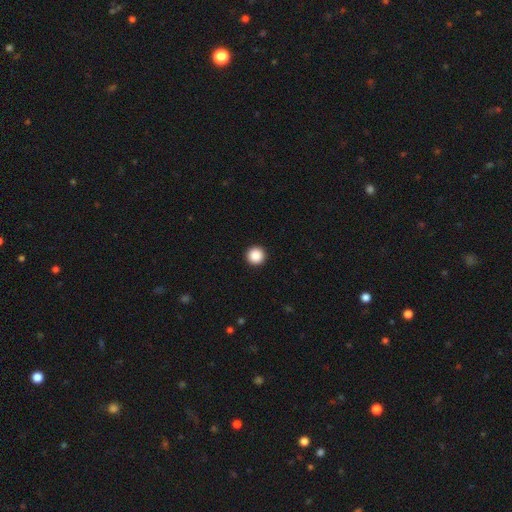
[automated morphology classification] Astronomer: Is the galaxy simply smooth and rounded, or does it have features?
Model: smooth — 89%.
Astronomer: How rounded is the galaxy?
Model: round — 97%.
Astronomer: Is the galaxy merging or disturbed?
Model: none — 94%.